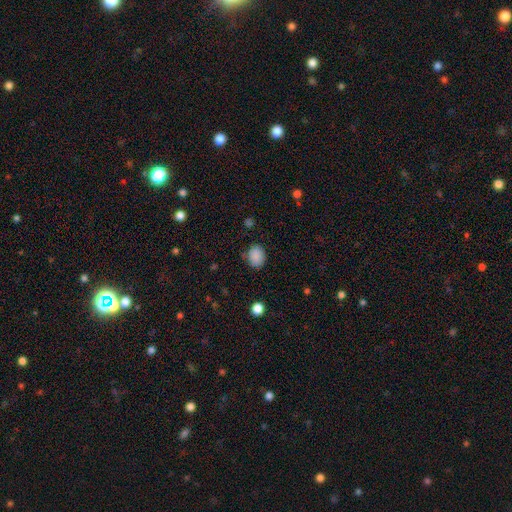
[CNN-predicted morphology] Smooth or featured? smooth (87%)
How rounded? in between (58%)
Merging? none (79%)